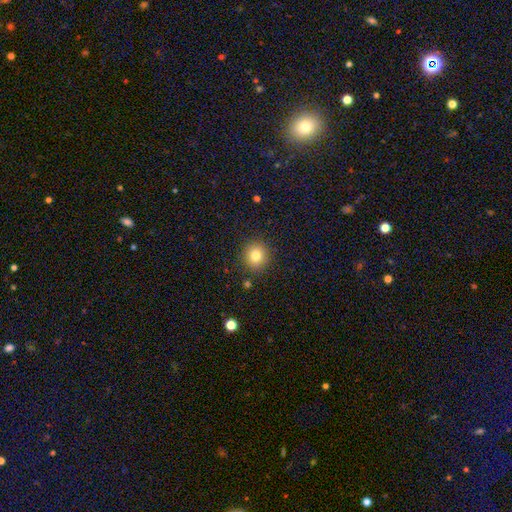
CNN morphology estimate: smooth_or_featured: smooth (p=0.80) [alt: star or artifact p=0.12]
how_rounded: round (p=0.90) [alt: in between p=0.10]
merging: none (p=0.89) [alt: minor disturbance p=0.07]